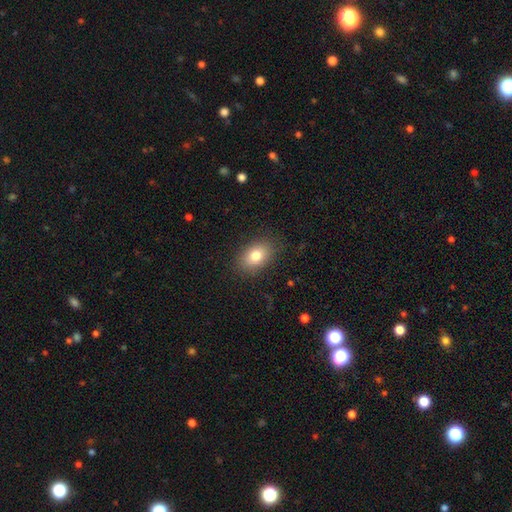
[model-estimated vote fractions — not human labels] Smooth or featured: smooth — 80% (featured or disk — 11%)
How rounded: in between — 81% (round — 17%)
Merging: none — 85% (minor disturbance — 11%)